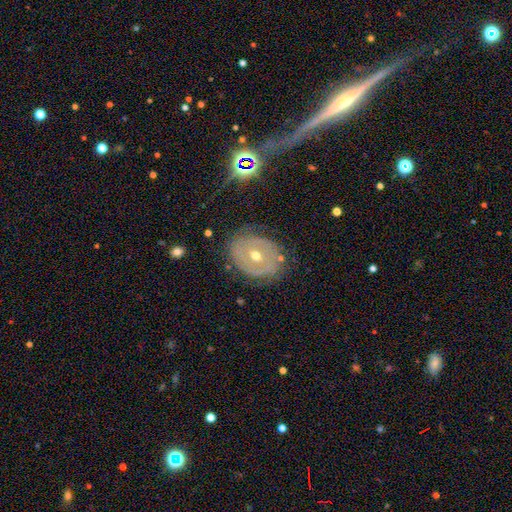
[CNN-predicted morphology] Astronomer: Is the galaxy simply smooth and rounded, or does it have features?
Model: featured or disk — 72%.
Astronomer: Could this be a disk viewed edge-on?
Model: no — 95%.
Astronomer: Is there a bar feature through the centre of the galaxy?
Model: no — 60%.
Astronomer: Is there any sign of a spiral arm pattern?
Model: yes — 59% (runner-up: no, 41%).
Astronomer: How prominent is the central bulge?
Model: moderate — 60% (runner-up: small, 37%).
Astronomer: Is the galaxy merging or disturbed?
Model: none — 73%.